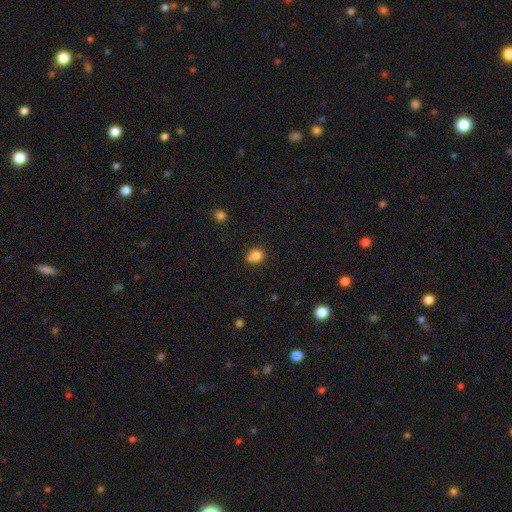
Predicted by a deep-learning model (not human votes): This appears to be a smooth galaxy with no disk features (83%) that is round (56%). Merging: none (58%).